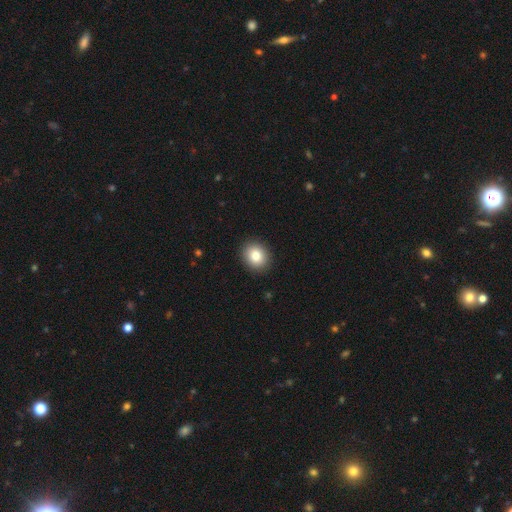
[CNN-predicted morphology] smooth_or_featured: smooth (p=0.83) [alt: star or artifact p=0.10]
how_rounded: round (p=0.69) [alt: in between p=0.30]
merging: none (p=0.91) [alt: minor disturbance p=0.06]